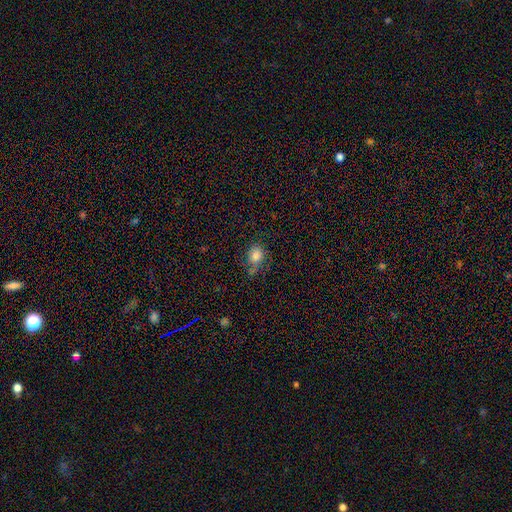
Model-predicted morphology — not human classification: This is clearly a smooth galaxy (81%). How rounded: possibly in between (54%). Merging: likely none (63%).